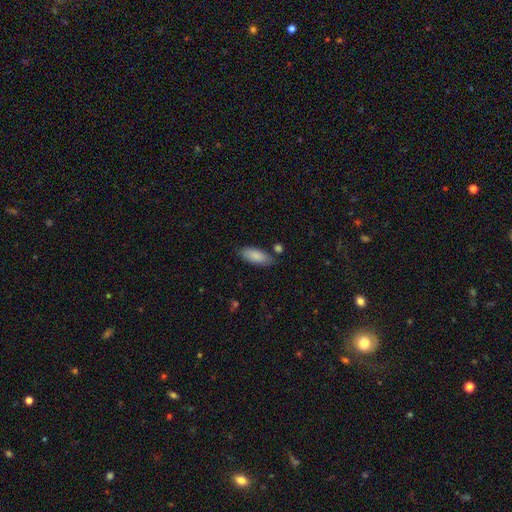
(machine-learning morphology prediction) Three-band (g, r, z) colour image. It shows a smooth galaxy with no disk features (88%) that is in between round and cigar-shaped (82%). Merging: none (78%).